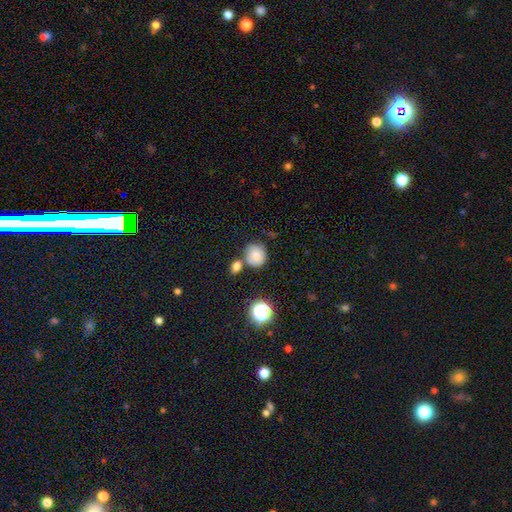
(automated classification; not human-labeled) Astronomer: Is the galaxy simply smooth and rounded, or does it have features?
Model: smooth — 82%.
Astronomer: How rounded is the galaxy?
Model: round — 83%.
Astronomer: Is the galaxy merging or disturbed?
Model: none — 63%.